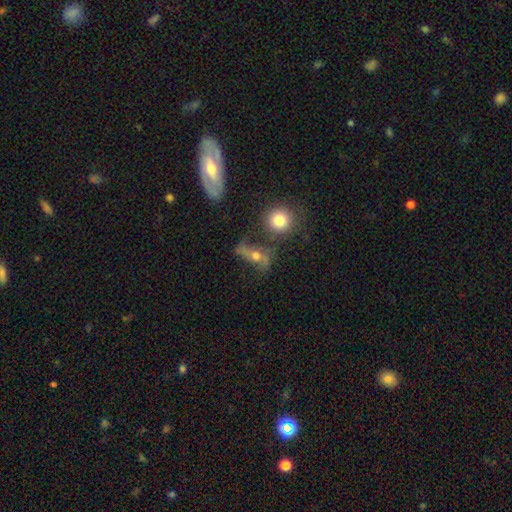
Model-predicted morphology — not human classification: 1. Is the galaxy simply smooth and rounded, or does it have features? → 55% featured or disk, 31% smooth, 13% star or artifact.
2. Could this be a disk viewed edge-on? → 88% no, 12% yes.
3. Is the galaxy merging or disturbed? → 48% none, 21% major disturbance, 20% minor disturbance, 11% merger.